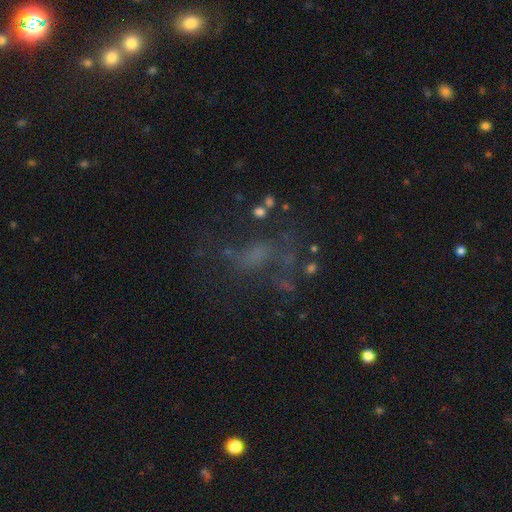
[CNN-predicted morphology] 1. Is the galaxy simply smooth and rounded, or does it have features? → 45% featured or disk, 28% star or artifact, 27% smooth.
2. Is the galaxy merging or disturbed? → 44% none, 32% major disturbance, 17% minor disturbance, 6% merger.